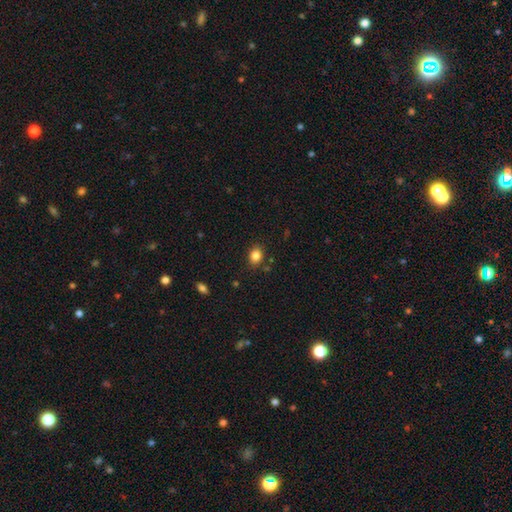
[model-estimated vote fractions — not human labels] Q: Smooth or featured?
A: smooth (85%); runner-up: star or artifact (11%)
Q: How rounded?
A: in between (52%); runner-up: round (47%)
Q: Merging?
A: none (84%); runner-up: minor disturbance (11%)